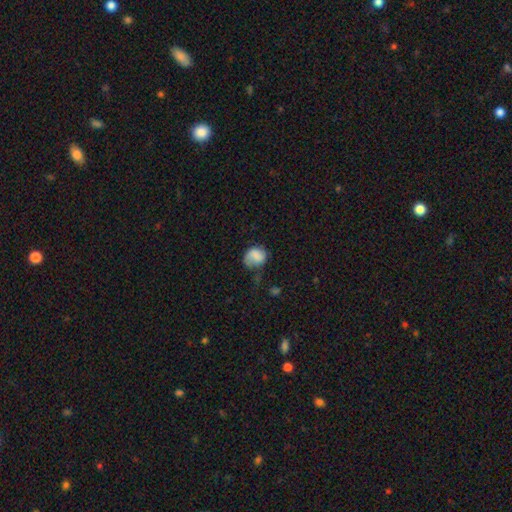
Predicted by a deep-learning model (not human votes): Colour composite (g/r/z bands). It shows a smooth galaxy with no disk features (72%) that is round (59%). Merging: none (40%).